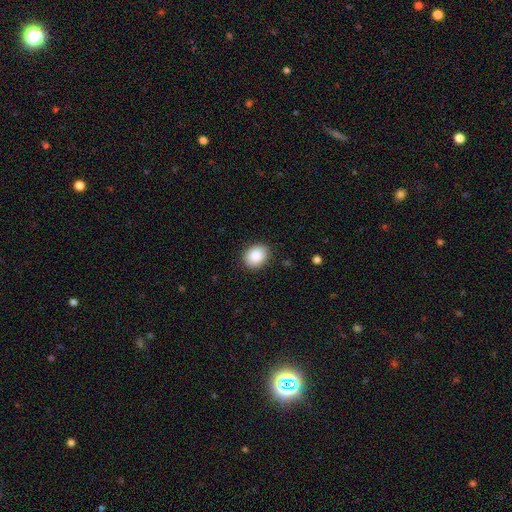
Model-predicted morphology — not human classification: Smooth or featured: smooth — 87% (star or artifact — 8%)
How rounded: in between — 50% (tied with round — 50%)
Merging: none — 88% (minor disturbance — 9%)